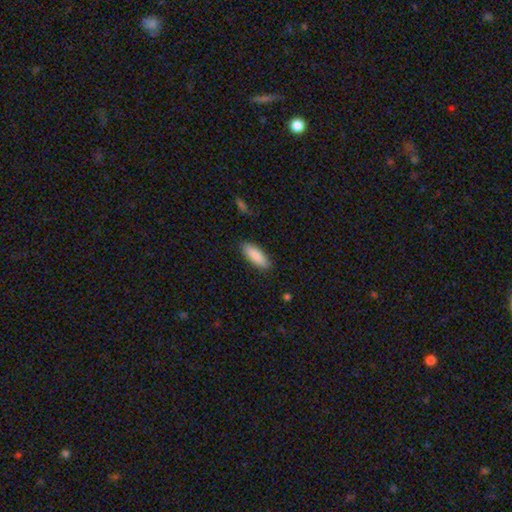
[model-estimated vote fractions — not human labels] Smooth or featured? Predicted: smooth (p=0.88). How rounded? Predicted: in between (p=0.66). Merging? Predicted: none (p=0.88).